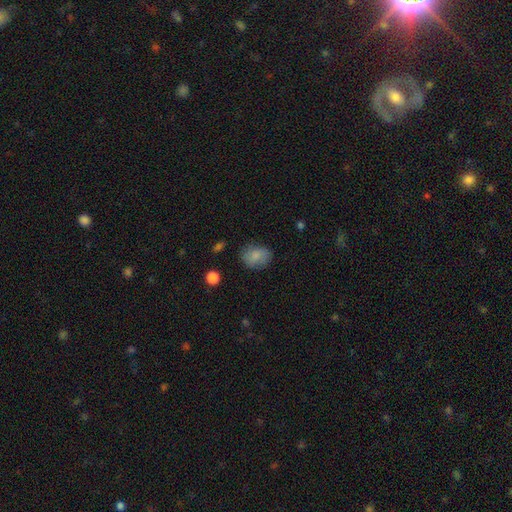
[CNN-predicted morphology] Smooth or featured: smooth — 82% (featured or disk — 10%)
How rounded: in between — 62% (round — 36%)
Merging: none — 75% (minor disturbance — 18%)